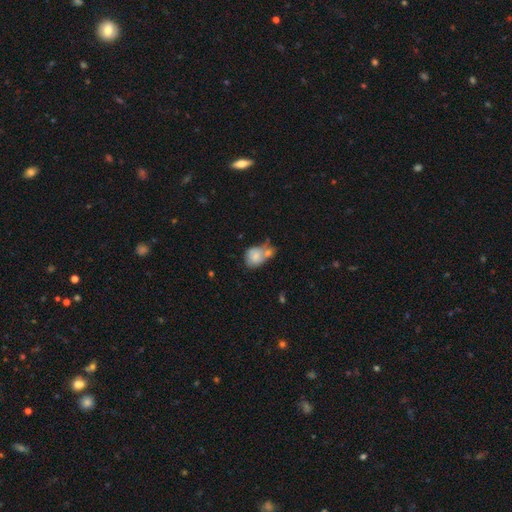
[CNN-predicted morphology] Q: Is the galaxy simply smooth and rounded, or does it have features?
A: smooth — 70%.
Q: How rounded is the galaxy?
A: in between — 52%.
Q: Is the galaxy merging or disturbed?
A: merger — 52%.